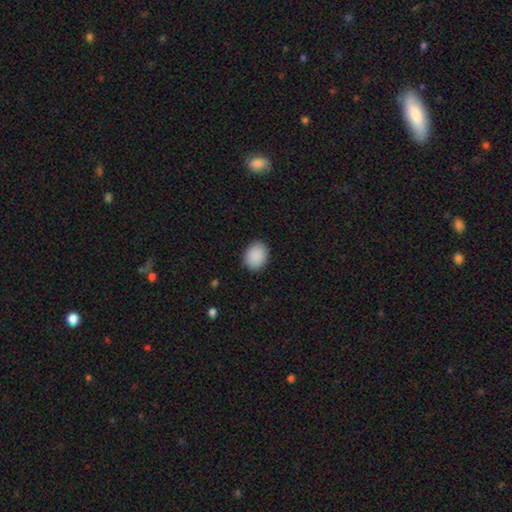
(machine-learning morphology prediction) Smooth or featured: smooth — 90% (star or artifact — 7%)
How rounded: in between — 50% (tied with round — 50%)
Merging: none — 88% (minor disturbance — 8%)